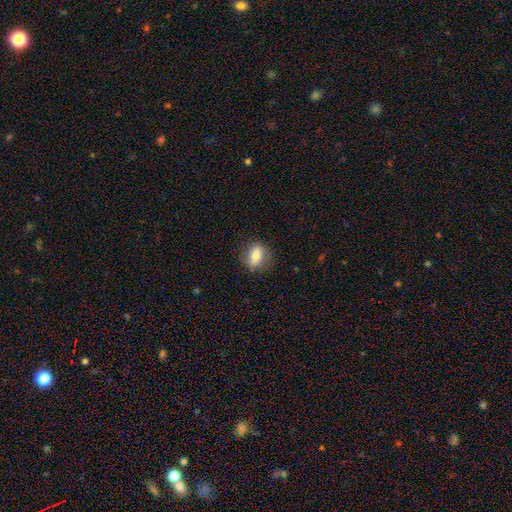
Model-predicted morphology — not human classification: Smooth or featured: smooth — 74% (featured or disk — 18%)
How rounded: in between — 68% (round — 27%)
Merging: none — 78% (minor disturbance — 16%)